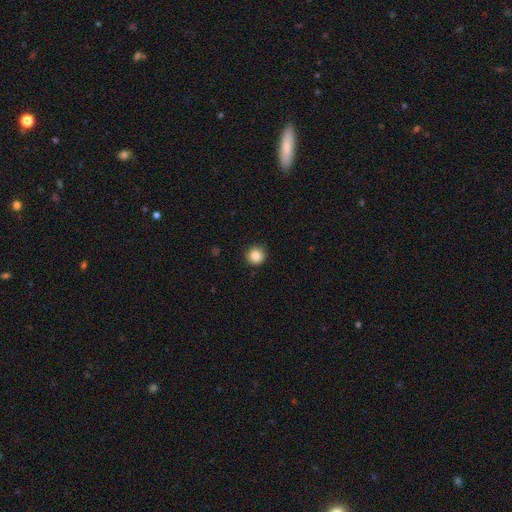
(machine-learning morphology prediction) This is clearly a smooth galaxy (87%). How rounded: clearly round (94%). Merging: clearly none (88%).